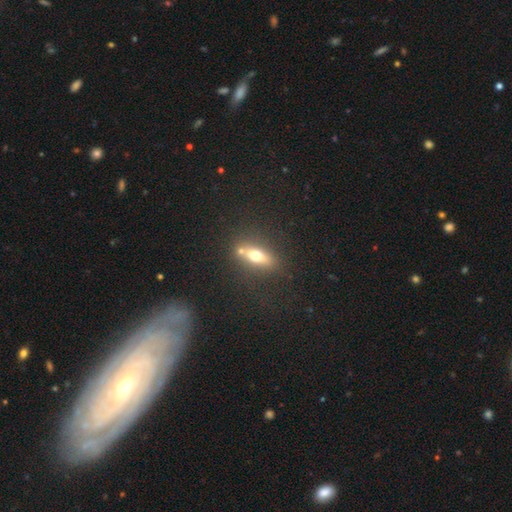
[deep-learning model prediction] Smooth or featured?
  - smooth: 59% *
  - featured or disk: 29%
  - star or artifact: 12%
How rounded?
  - in between: 64% *
  - cigar-shaped: 25%
  - round: 11%
Merging?
  - none: 66% *
  - merger: 16%
  - minor disturbance: 13%
  - major disturbance: 5%